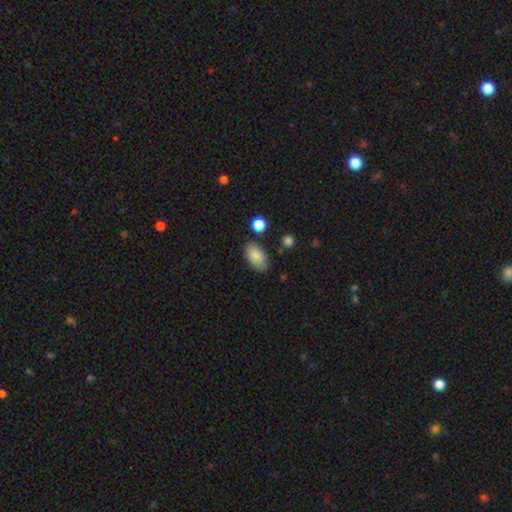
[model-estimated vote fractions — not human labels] A smooth galaxy with no disk features (87%) that is in between round and cigar-shaped (93%).

Vote fractions:
- Smooth or featured? smooth: 87% / star or artifact: 7% / featured or disk: 6%
- How rounded? in between: 93% / round: 6% / cigar-shaped: 2%
- Merging? none: 78% / minor disturbance: 15% / major disturbance: 4% / merger: 3%